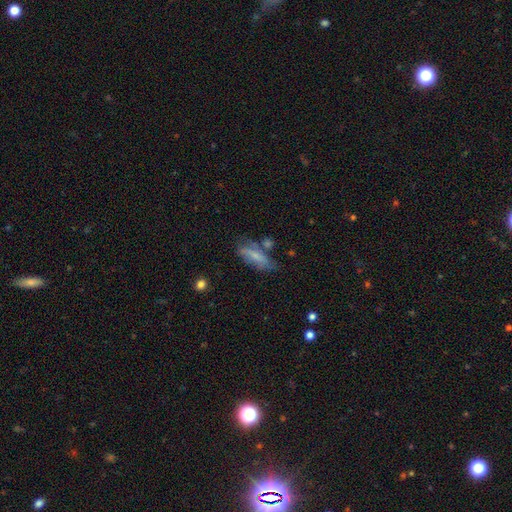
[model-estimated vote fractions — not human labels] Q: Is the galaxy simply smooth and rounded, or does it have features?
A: smooth — 60%.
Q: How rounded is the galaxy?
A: in between — 57%.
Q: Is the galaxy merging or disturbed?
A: none — 52%.